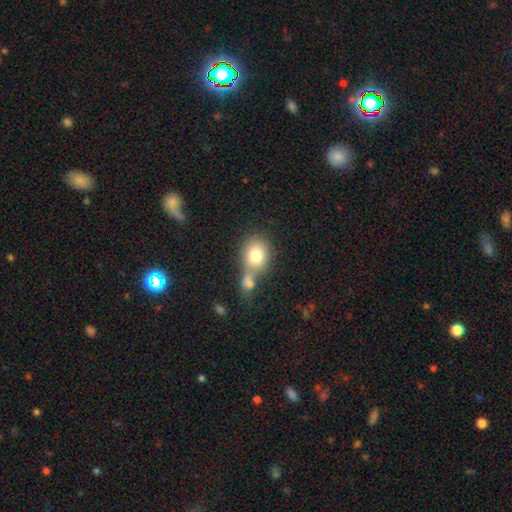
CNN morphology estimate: Q: Smooth or featured?
A: smooth (78%); runner-up: featured or disk (13%)
Q: How rounded?
A: round (66%); runner-up: in between (33%)
Q: Merging?
A: merger (46%); runner-up: none (38%)